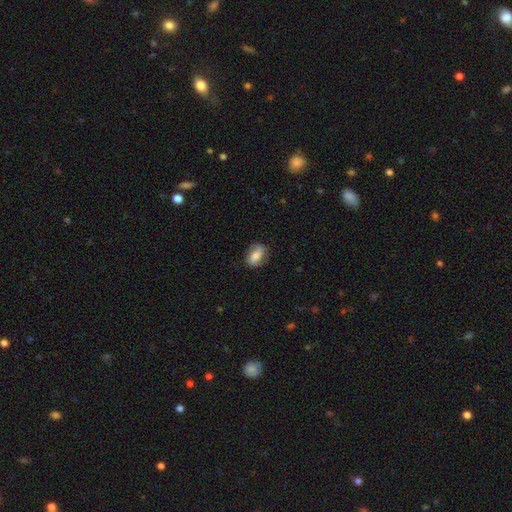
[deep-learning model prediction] This appears to be a featured or disk galaxy (47%). Merging: none (77%).